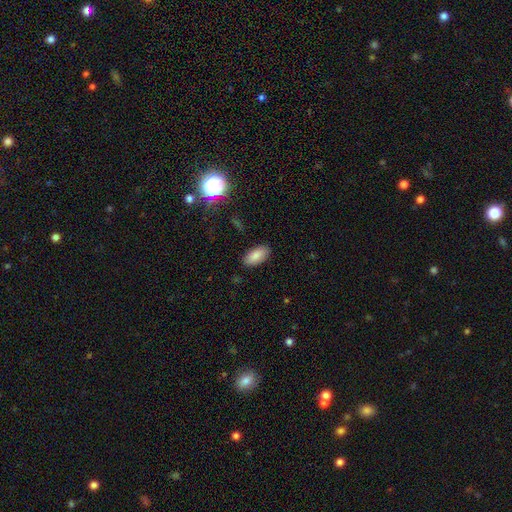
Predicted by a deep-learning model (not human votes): Q: Smooth or featured?
A: smooth (85%); runner-up: star or artifact (9%)
Q: How rounded?
A: in between (91%); runner-up: cigar-shaped (6%)
Q: Merging?
A: none (87%); runner-up: minor disturbance (9%)